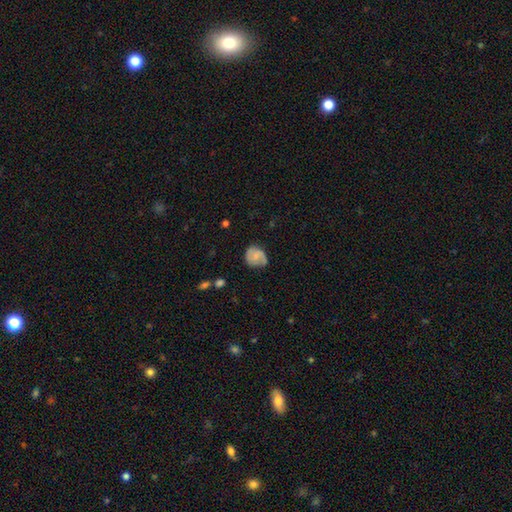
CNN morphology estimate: Smooth or featured? Predicted: smooth (p=0.48). Merging? Predicted: none (p=0.54).